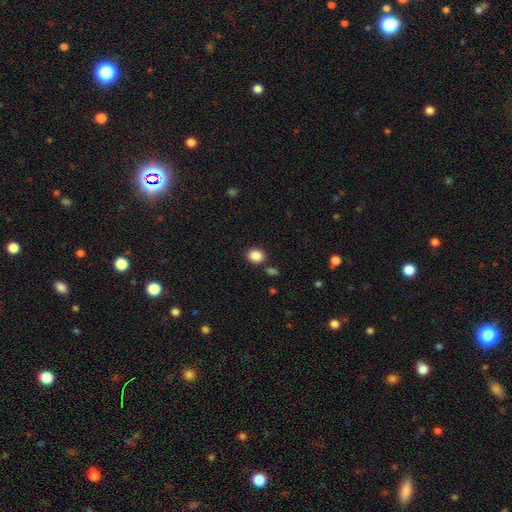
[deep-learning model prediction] Q: Smooth or featured?
A: smooth (87%); runner-up: star or artifact (9%)
Q: How rounded?
A: round (52%); runner-up: in between (47%)
Q: Merging?
A: none (82%); runner-up: minor disturbance (9%)